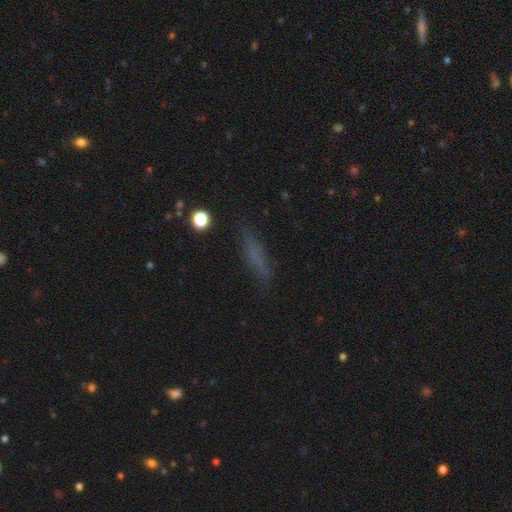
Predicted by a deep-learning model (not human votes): smooth_or_featured: smooth (p=0.59) [alt: featured or disk p=0.24]
how_rounded: cigar-shaped (p=0.80) [alt: in between p=0.17]
merging: none (p=0.77) [alt: minor disturbance p=0.15]